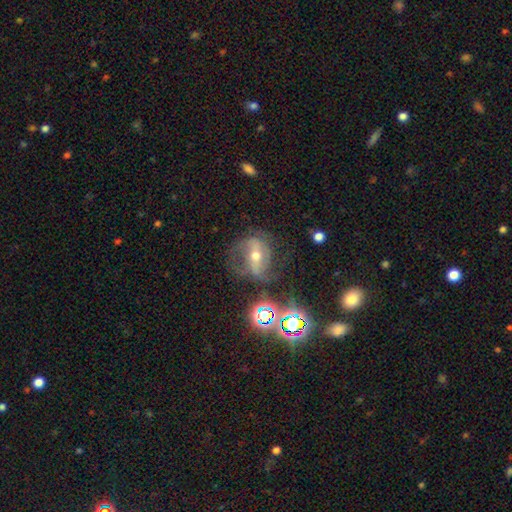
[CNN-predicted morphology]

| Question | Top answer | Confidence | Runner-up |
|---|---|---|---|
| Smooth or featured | featured or disk | 68% | star or artifact (17%) |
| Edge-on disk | no | 91% | yes (9%) |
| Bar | strong | 58% | weak (26%) |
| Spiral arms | yes | 79% | no (21%) |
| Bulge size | moderate | 64% | small (29%) |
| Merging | none | 60% | minor disturbance (20%) |